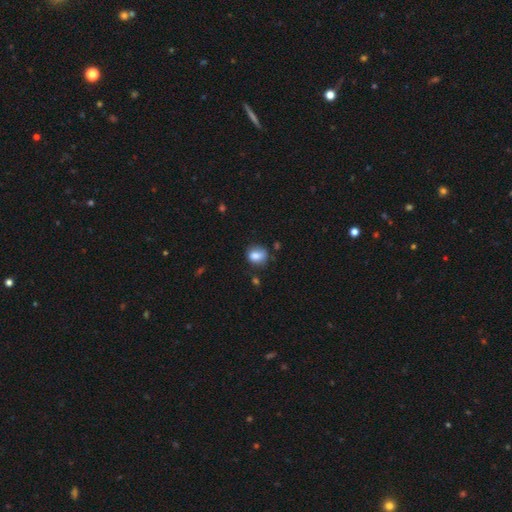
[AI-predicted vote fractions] smooth 81%, star or artifact 10%, featured or disk 9%. Down the decision tree: how rounded — round (55%); merging — none (68%).